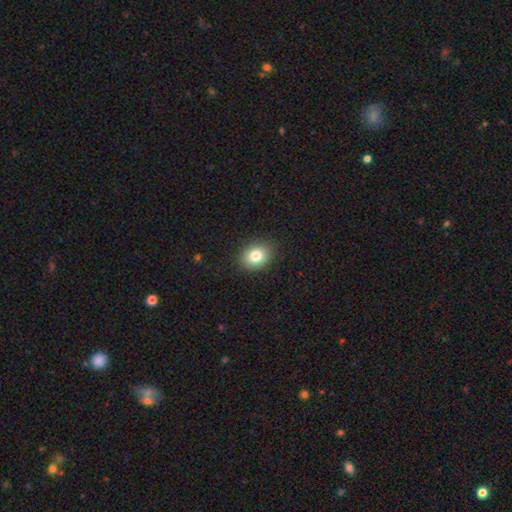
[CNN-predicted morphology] Q: Smooth or featured?
A: smooth (81%); runner-up: star or artifact (10%)
Q: How rounded?
A: in between (51%); runner-up: round (48%)
Q: Merging?
A: none (89%); runner-up: minor disturbance (8%)